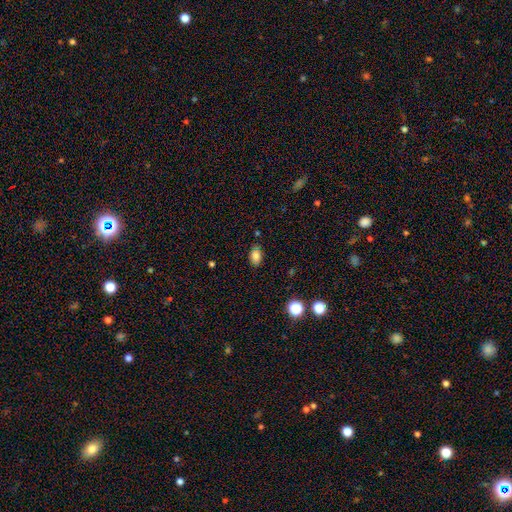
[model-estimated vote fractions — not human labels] The model was most divided on "how rounded": in between: 82%, round: 17%, cigar-shaped: 1%. More confident: smooth or featured — smooth (81%); merging — none (81%).